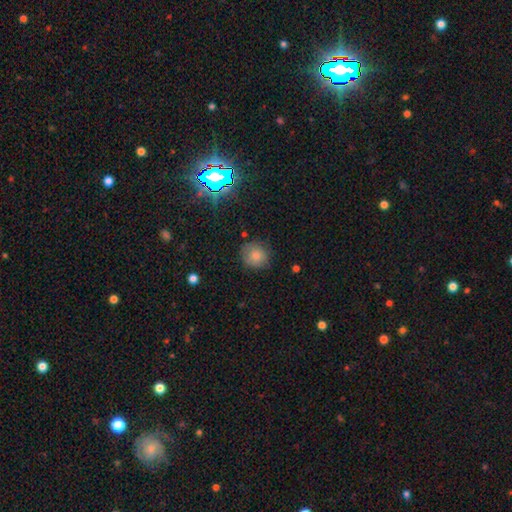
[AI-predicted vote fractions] This appears to be a smooth galaxy with no disk features (79%) that is round (87%). Merging: none (76%).